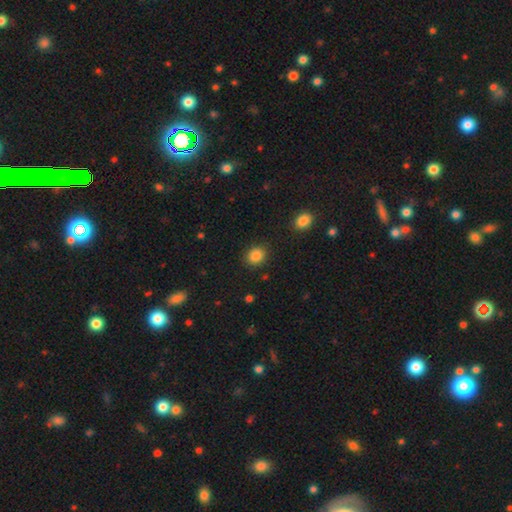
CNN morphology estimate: Smooth or featured?
  - smooth: 86% *
  - star or artifact: 10%
  - featured or disk: 4%
How rounded?
  - round: 63% *
  - in between: 36%
  - cigar-shaped: 1%
Merging?
  - none: 88% *
  - minor disturbance: 8%
  - major disturbance: 3%
  - merger: 2%